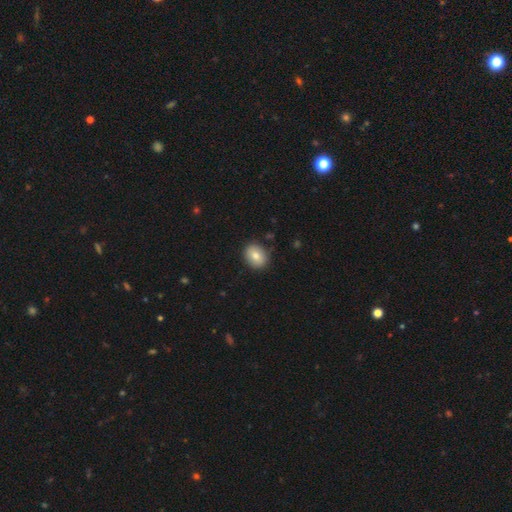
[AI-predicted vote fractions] Smooth or featured: smooth — 80% (featured or disk — 11%)
How rounded: round — 52% (in between — 47%)
Merging: none — 87% (minor disturbance — 9%)